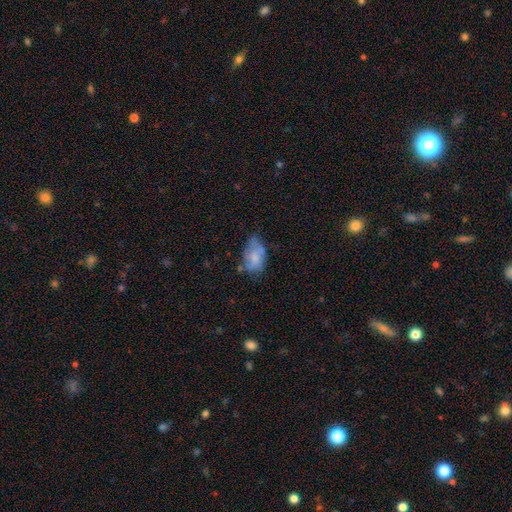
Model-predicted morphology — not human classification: A smooth galaxy with no disk features (66%) that is in between round and cigar-shaped (86%).

Vote fractions:
- Smooth or featured? smooth: 66% / featured or disk: 26% / star or artifact: 9%
- How rounded? in between: 86% / round: 12% / cigar-shaped: 2%
- Merging? none: 42% / minor disturbance: 34% / major disturbance: 15% / merger: 9%